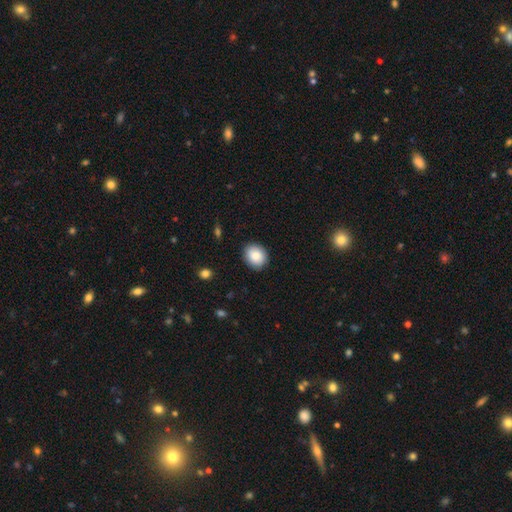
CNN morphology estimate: Smooth or featured?
  - smooth: 85% *
  - star or artifact: 8%
  - featured or disk: 7%
How rounded?
  - round: 59% *
  - in between: 40%
  - cigar-shaped: 1%
Merging?
  - none: 88% *
  - minor disturbance: 9%
  - major disturbance: 2%
  - merger: 1%